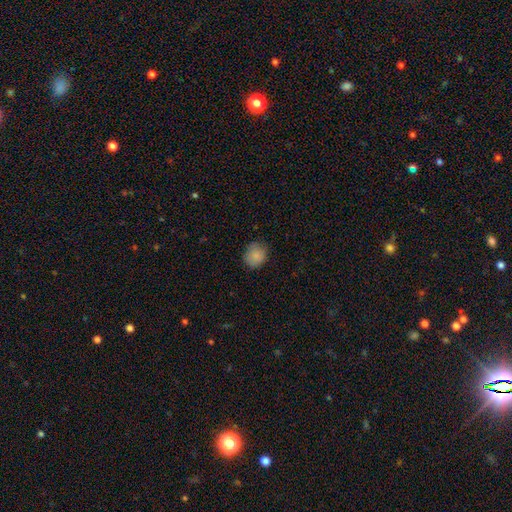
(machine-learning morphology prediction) This appears to be a smooth galaxy with no disk features (86%) that is round (76%). Merging: none (81%).